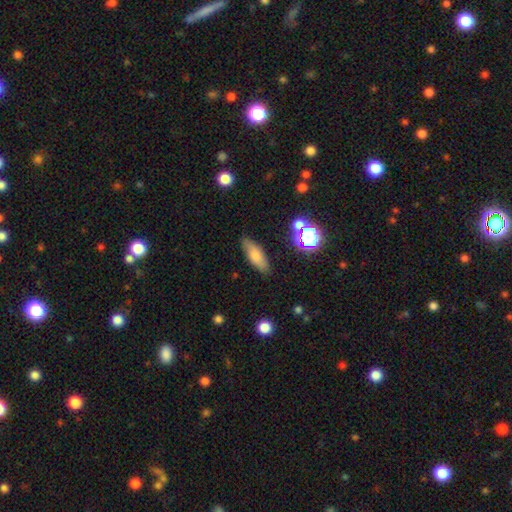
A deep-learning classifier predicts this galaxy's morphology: Smooth or featured?
  - smooth: 72% *
  - featured or disk: 18%
  - star or artifact: 10%
How rounded?
  - in between: 61% *
  - cigar-shaped: 35%
  - round: 4%
Merging?
  - none: 80% *
  - minor disturbance: 14%
  - major disturbance: 3%
  - merger: 2%